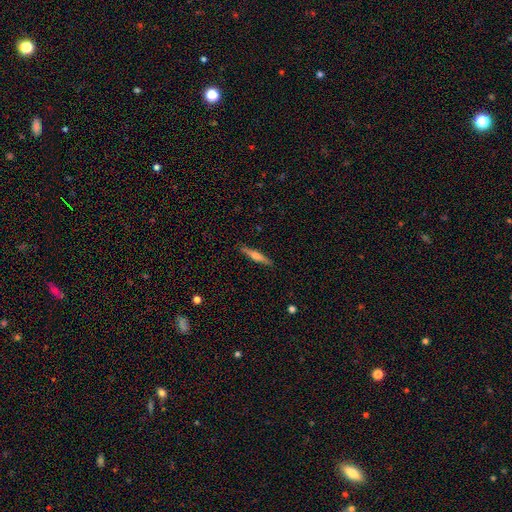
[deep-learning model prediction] The model was most divided on "smooth or featured": featured or disk: 55%, smooth: 39%, star or artifact: 6%. More confident: edge-on disk — yes (96%); merging — none (90%); edge-on bulge — rounded (84%).